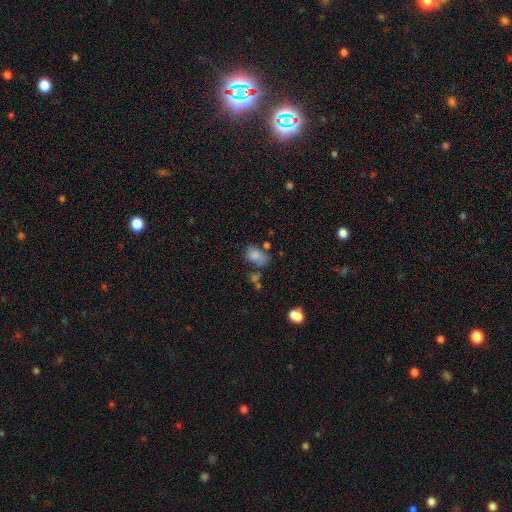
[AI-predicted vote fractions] Smooth or featured: smooth — 76% (featured or disk — 13%)
How rounded: in between — 84% (round — 14%)
Merging: none — 38% (minor disturbance — 24%)